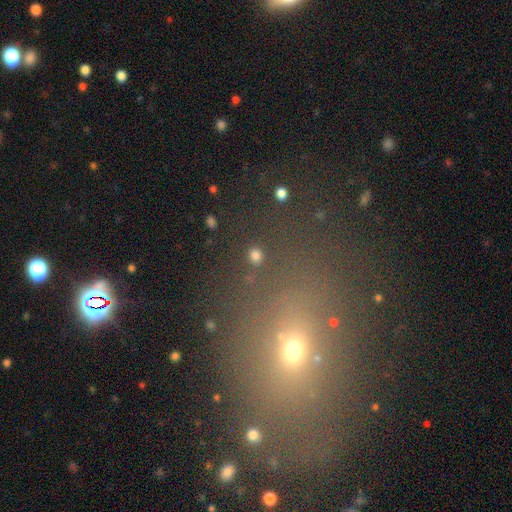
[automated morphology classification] type=smooth (58%); roundness=round (74%); merging=none (79%).